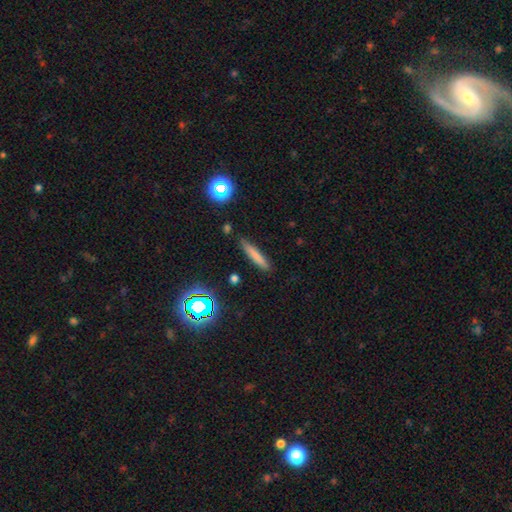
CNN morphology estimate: Q: Smooth or featured?
A: smooth (73%); runner-up: featured or disk (16%)
Q: How rounded?
A: cigar-shaped (91%); runner-up: in between (8%)
Q: Merging?
A: none (85%); runner-up: minor disturbance (11%)